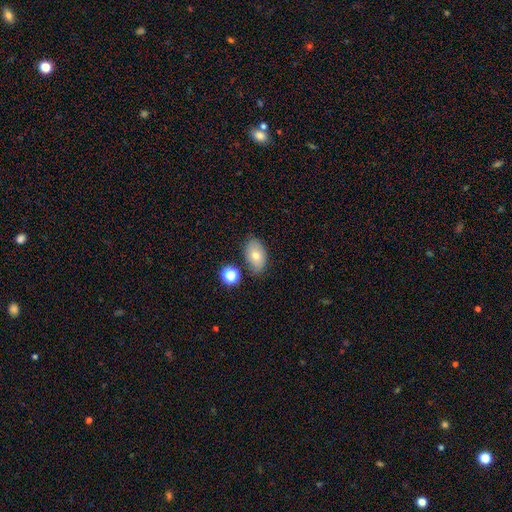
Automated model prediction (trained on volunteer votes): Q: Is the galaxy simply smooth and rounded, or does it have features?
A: smooth — 73%.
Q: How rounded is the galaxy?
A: in between — 88%.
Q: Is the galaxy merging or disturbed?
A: none — 76%.